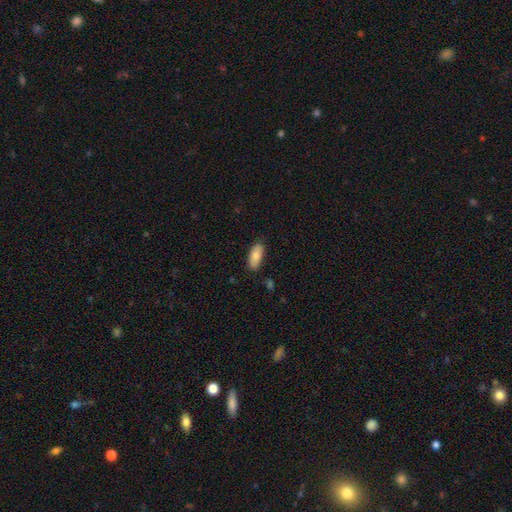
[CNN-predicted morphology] A smooth galaxy with no disk features (81%) that is in between round and cigar-shaped (88%). Merging: none (84%).